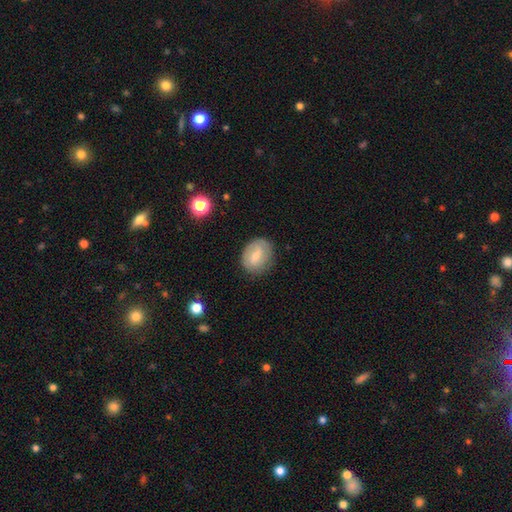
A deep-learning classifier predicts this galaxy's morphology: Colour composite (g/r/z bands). It shows a smooth galaxy with no disk features (49%). Merging: none (76%).